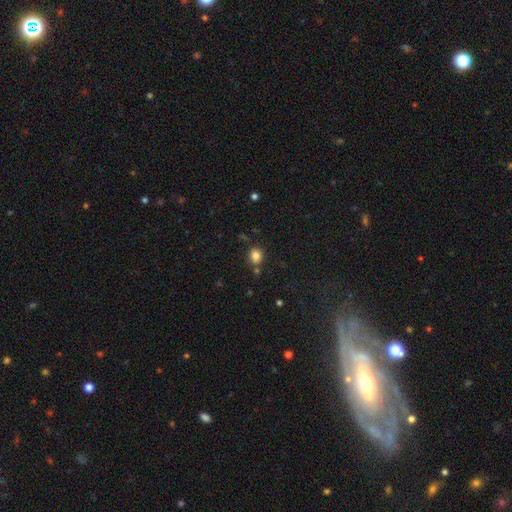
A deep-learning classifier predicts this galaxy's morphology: Overall: smooth (82%). How rounded: round (71%). Merging: none (74%).